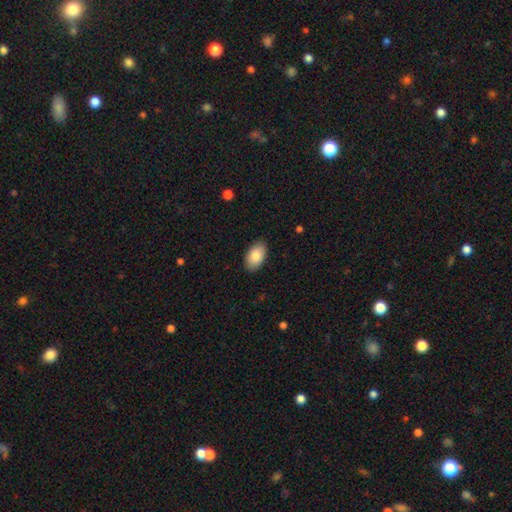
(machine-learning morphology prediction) The model was most divided on "smooth or featured": smooth: 86%, featured or disk: 8%, star or artifact: 6%. More confident: how rounded — in between (94%); merging — none (88%).